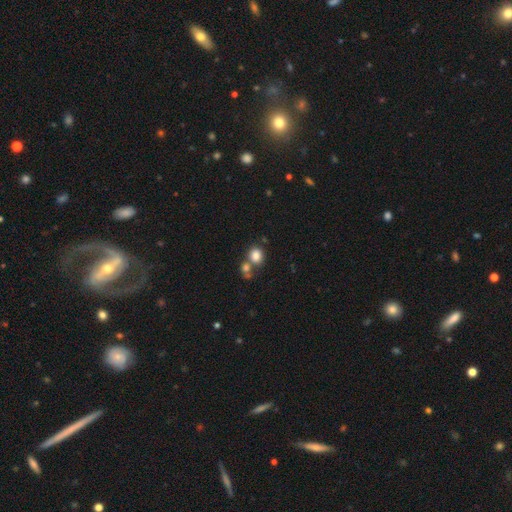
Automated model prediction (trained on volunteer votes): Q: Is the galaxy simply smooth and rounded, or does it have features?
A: smooth — 82%.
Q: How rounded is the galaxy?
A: round — 66%.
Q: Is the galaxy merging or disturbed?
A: none — 52%.